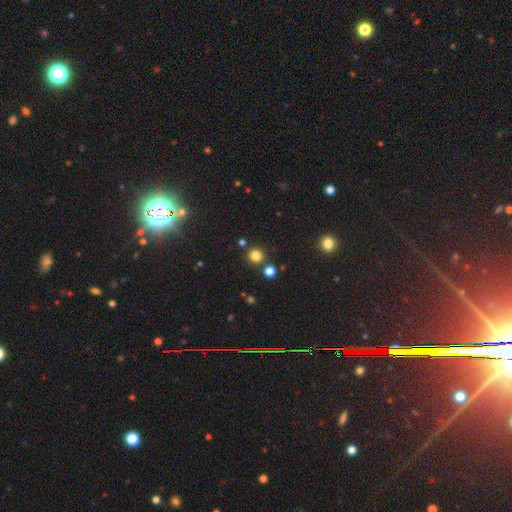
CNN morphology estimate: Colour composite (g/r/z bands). It shows a smooth galaxy with no disk features (80%) that is round (92%). Merging: none (84%).